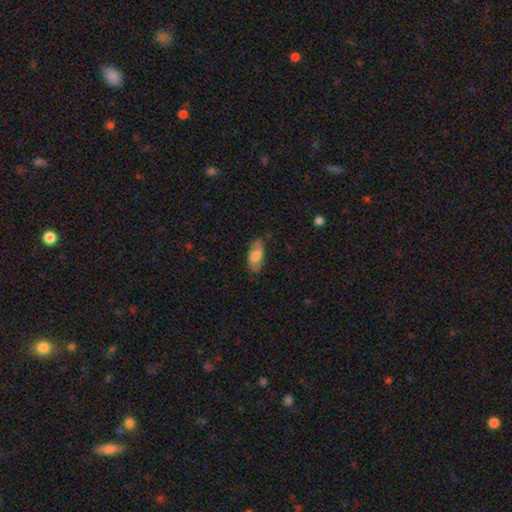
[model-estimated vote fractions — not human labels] This appears to be a smooth galaxy with no disk features (53%) that is in between round and cigar-shaped (87%). Merging: none (75%).